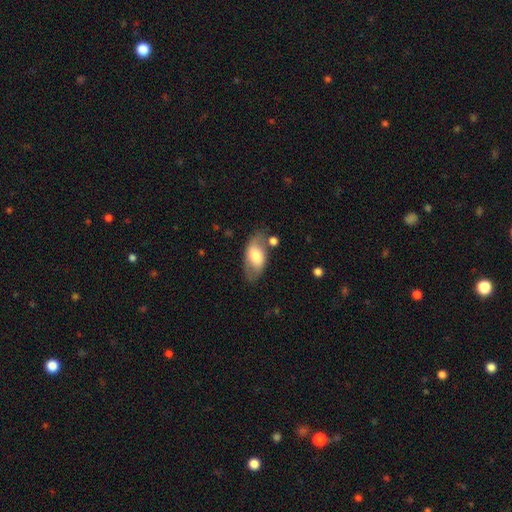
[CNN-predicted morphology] smooth_or_featured: smooth (p=0.63) [alt: featured or disk p=0.31]
how_rounded: in between (p=0.92) [alt: round p=0.04]
merging: none (p=0.64) [alt: minor disturbance p=0.21]